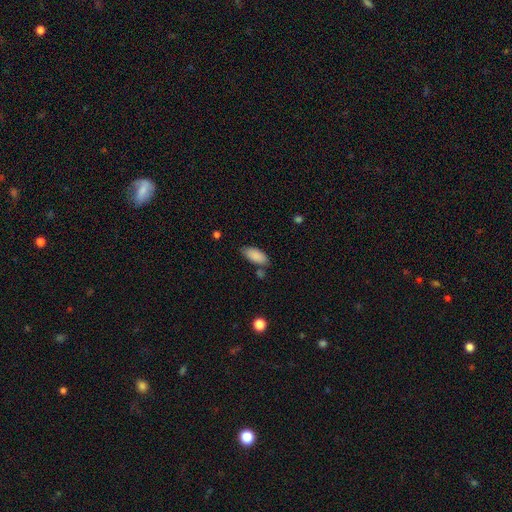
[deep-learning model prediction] A smooth galaxy with no disk features (88%) that is in between round and cigar-shaped (89%).

Vote fractions:
- Smooth or featured? smooth: 88% / star or artifact: 7% / featured or disk: 5%
- How rounded? in between: 89% / cigar-shaped: 9% / round: 2%
- Merging? none: 72% / minor disturbance: 17% / merger: 7% / major disturbance: 4%